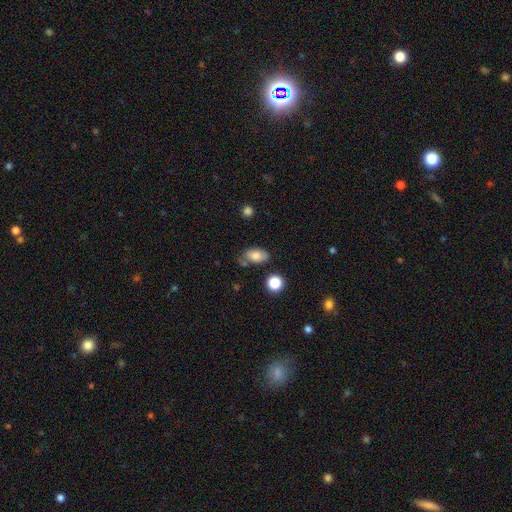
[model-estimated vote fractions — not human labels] smooth-or-featured: smooth: 76% | featured or disk: 14% | star or artifact: 9%
  how-rounded: in between: 89% | round: 8% | cigar-shaped: 3%
  merging: none: 65% | minor disturbance: 22% | merger: 7% | major disturbance: 6%